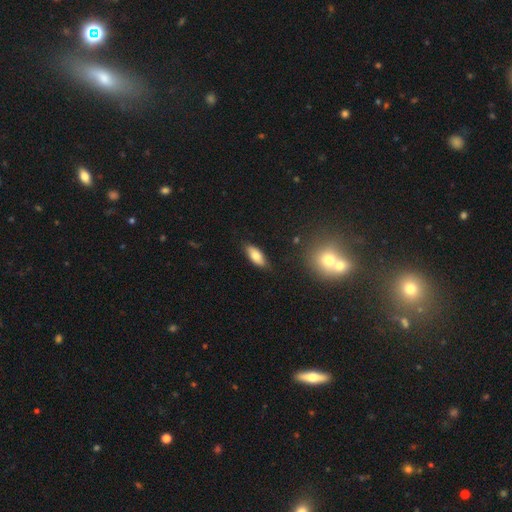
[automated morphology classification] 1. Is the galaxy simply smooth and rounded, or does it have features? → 77% smooth, 16% featured or disk, 7% star or artifact.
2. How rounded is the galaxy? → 81% in between, 16% cigar-shaped, 3% round.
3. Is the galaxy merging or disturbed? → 83% none, 13% minor disturbance, 2% major disturbance, 2% merger.